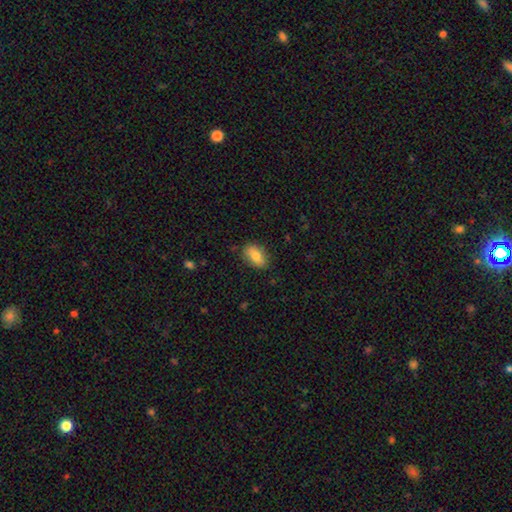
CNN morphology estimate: smooth_or_featured: smooth (p=0.80) [alt: featured or disk p=0.13]
how_rounded: in between (p=0.89) [alt: round p=0.09]
merging: none (p=0.83) [alt: minor disturbance p=0.13]